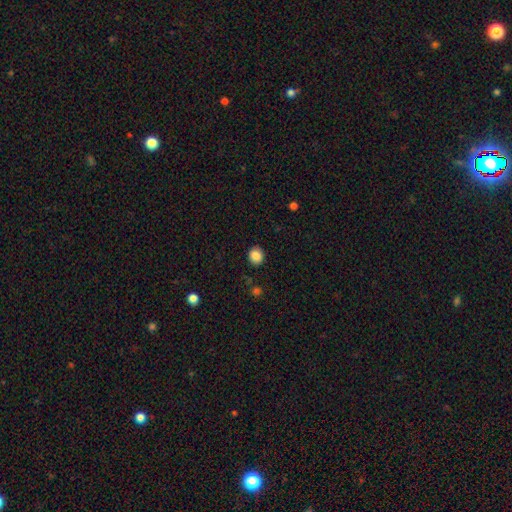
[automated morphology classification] Smooth or featured?
  - smooth: 86% *
  - star or artifact: 10%
  - featured or disk: 5%
How rounded?
  - round: 74% *
  - in between: 26%
  - cigar-shaped: 1%
Merging?
  - none: 89% *
  - minor disturbance: 7%
  - major disturbance: 2%
  - merger: 1%